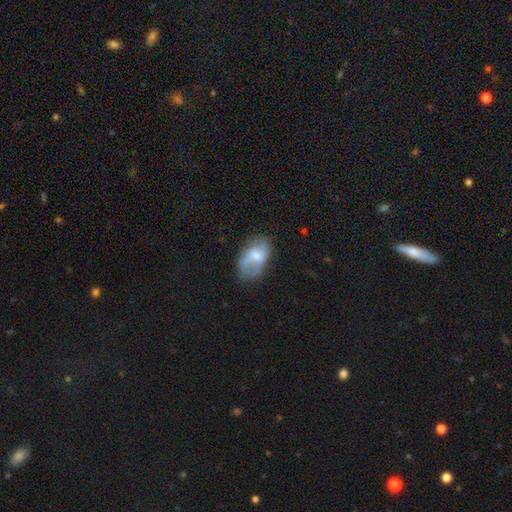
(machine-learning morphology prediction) Smooth or featured: smooth — 50% (featured or disk — 43%)
Merging: none — 53% (minor disturbance — 28%)